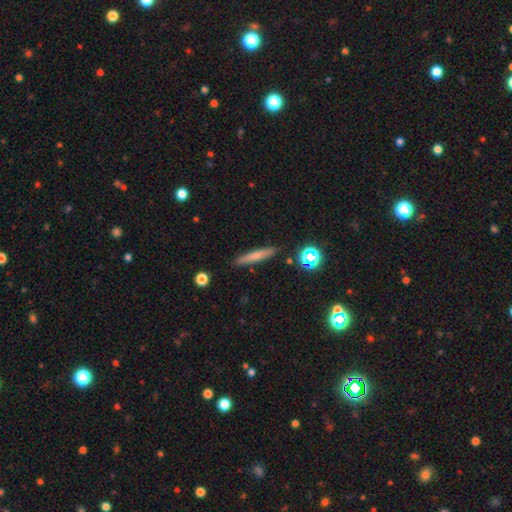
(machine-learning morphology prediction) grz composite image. It shows a smooth galaxy with no disk features (68%) that is cigar-shaped (91%). Merging: none (89%).